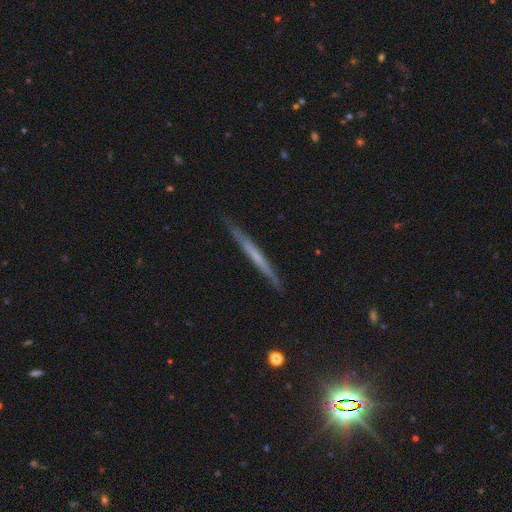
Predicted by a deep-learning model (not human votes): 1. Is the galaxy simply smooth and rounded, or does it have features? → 53% featured or disk, 41% smooth, 6% star or artifact.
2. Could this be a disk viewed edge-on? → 96% yes, 4% no.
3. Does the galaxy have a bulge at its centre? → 87% none, 8% rounded, 5% boxy.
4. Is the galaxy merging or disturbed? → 88% none, 9% minor disturbance, 2% major disturbance, 1% merger.